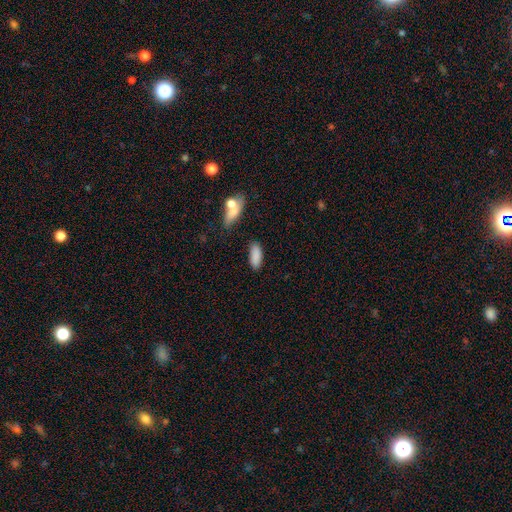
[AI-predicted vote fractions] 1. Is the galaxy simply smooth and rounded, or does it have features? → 88% smooth, 7% star or artifact, 5% featured or disk.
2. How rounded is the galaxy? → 78% in between, 19% cigar-shaped, 2% round.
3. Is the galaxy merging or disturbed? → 79% none, 13% minor disturbance, 5% merger, 3% major disturbance.